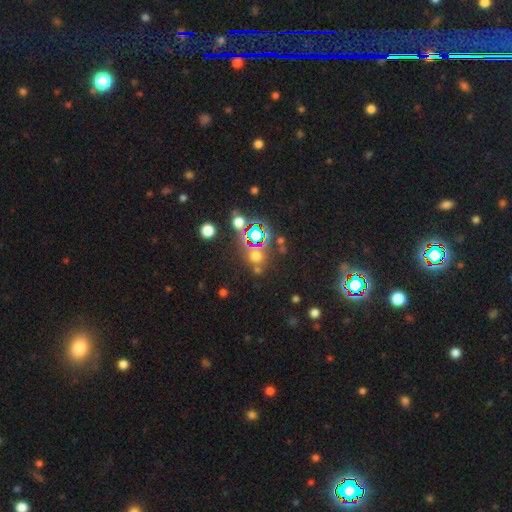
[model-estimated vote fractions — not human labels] Q: Smooth or featured?
A: smooth (47%); runner-up: star or artifact (44%)
Q: Merging?
A: none (70%); runner-up: merger (13%)